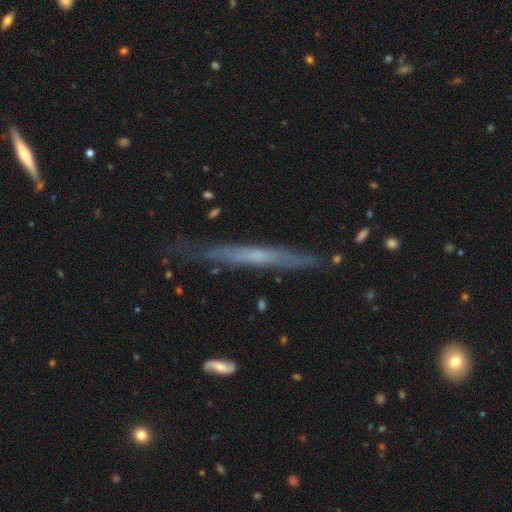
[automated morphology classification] Smooth or featured?
  - featured or disk: 57% *
  - smooth: 36%
  - star or artifact: 7%
Edge-on disk?
  - yes: 91% *
  - no: 9%
Edge-on bulge?
  - none: 71% *
  - rounded: 22%
  - boxy: 7%
Merging?
  - none: 74% *
  - minor disturbance: 19%
  - major disturbance: 4%
  - merger: 2%